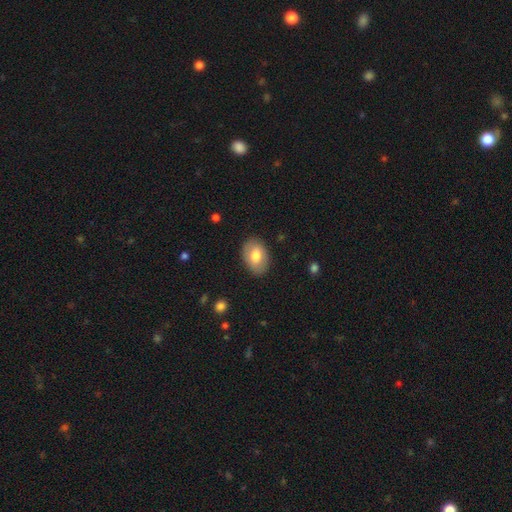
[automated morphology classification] Smooth or featured? Predicted: smooth (p=0.73). How rounded? Predicted: in between (p=0.84). Merging? Predicted: none (p=0.85).